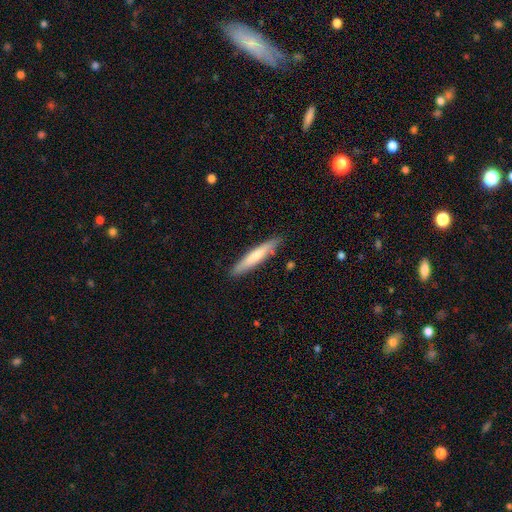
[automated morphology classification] type=smooth (67%); roundness=cigar-shaped (91%); merging=none (86%).